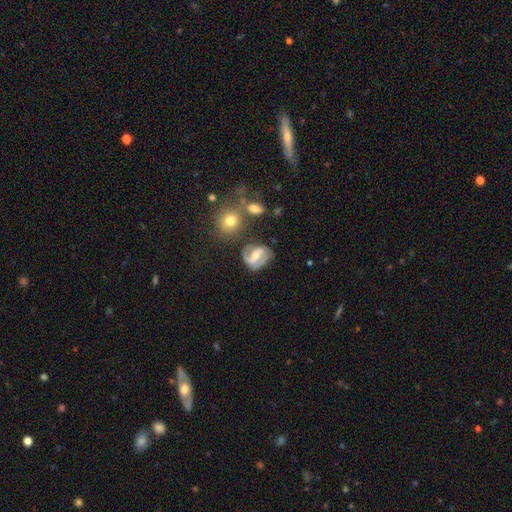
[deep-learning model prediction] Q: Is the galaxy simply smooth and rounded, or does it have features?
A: featured or disk — 70%.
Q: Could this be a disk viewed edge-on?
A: no — 96%.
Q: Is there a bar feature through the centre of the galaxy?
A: strong — 44%.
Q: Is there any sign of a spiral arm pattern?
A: yes — 80%.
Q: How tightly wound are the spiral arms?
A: medium — 44%.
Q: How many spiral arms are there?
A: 2 — 75%.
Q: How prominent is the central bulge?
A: moderate — 57%.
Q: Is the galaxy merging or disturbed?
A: none — 61%.